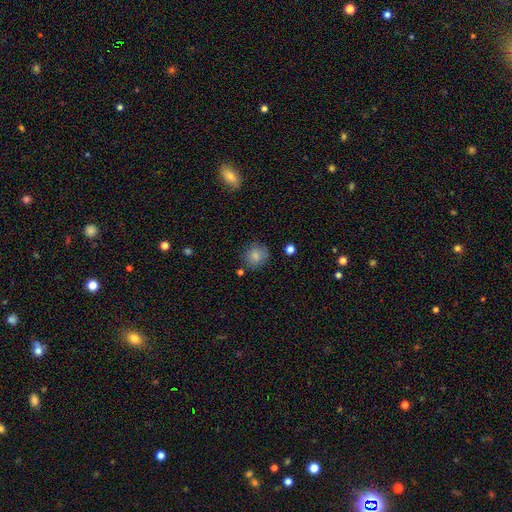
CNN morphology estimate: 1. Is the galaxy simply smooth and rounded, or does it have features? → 83% smooth, 9% star or artifact, 8% featured or disk.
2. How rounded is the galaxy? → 85% round, 14% in between, 1% cigar-shaped.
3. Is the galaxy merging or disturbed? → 80% none, 13% minor disturbance, 3% major disturbance, 3% merger.